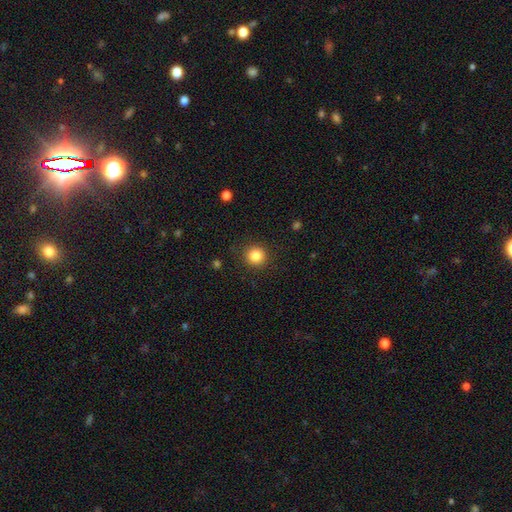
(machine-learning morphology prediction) Smooth or featured? smooth (85%)
How rounded? round (93%)
Merging? none (90%)